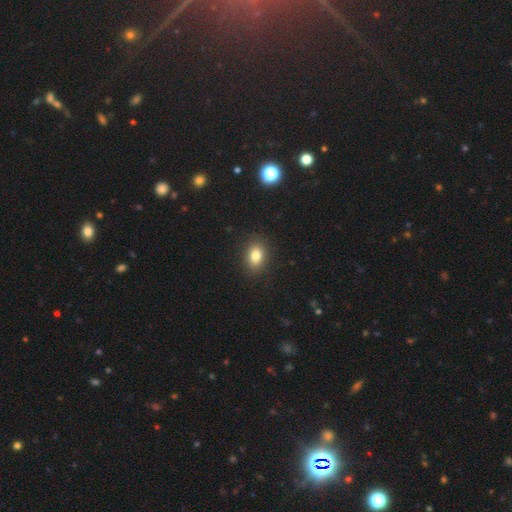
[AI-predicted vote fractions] smooth_or_featured: smooth (p=0.81) [alt: star or artifact p=0.10]
how_rounded: in between (p=0.78) [alt: round p=0.20]
merging: none (p=0.88) [alt: minor disturbance p=0.08]